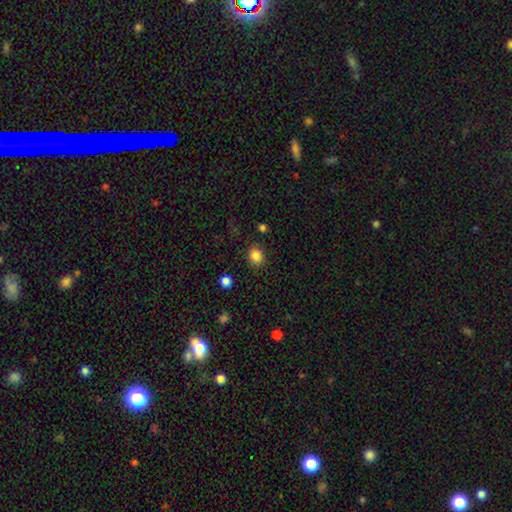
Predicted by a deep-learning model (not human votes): This appears to be a smooth galaxy with no disk features (85%) that is round (67%). Merging: none (87%).